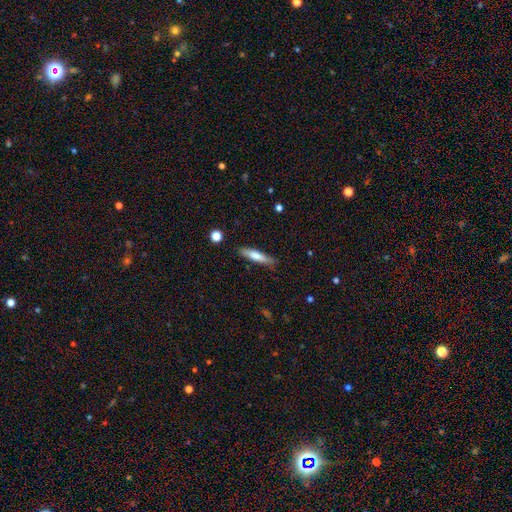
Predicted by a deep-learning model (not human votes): Smooth or featured? smooth (69%)
How rounded? cigar-shaped (82%)
Merging? none (83%)